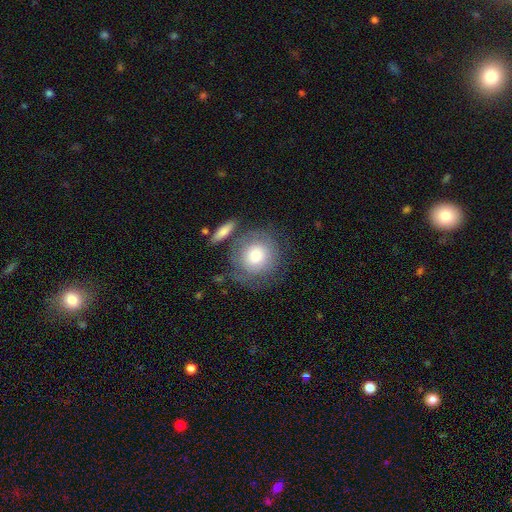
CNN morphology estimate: A smooth galaxy with no disk features (69%) that is round (90%).

Vote fractions:
- Smooth or featured? smooth: 69% / featured or disk: 24% / star or artifact: 7%
- How rounded? round: 90% / in between: 9% / cigar-shaped: 1%
- Merging? none: 67% / minor disturbance: 16% / merger: 9% / major disturbance: 8%